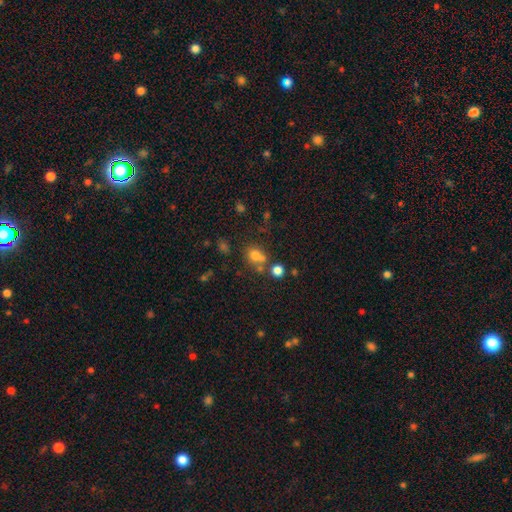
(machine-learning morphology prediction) smooth-or-featured: smooth: 71% | star or artifact: 17% | featured or disk: 12%
  how-rounded: round: 67% | in between: 32% | cigar-shaped: 1%
  merging: none: 52% | merger: 30% | minor disturbance: 12% | major disturbance: 6%